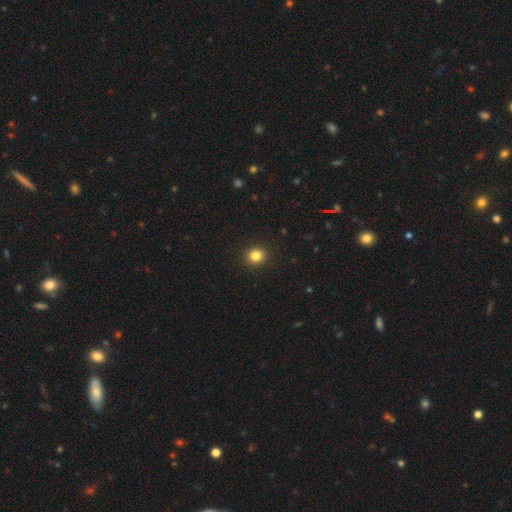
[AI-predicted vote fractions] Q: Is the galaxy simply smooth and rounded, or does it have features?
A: smooth — 84%.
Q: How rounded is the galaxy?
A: round — 82%.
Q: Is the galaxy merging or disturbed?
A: none — 92%.